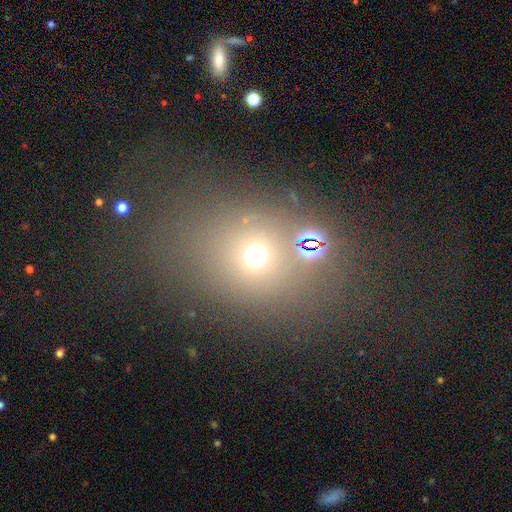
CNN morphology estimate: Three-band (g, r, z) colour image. It shows a smooth galaxy with no disk features (60%) that is round (72%). Merging: none (66%).